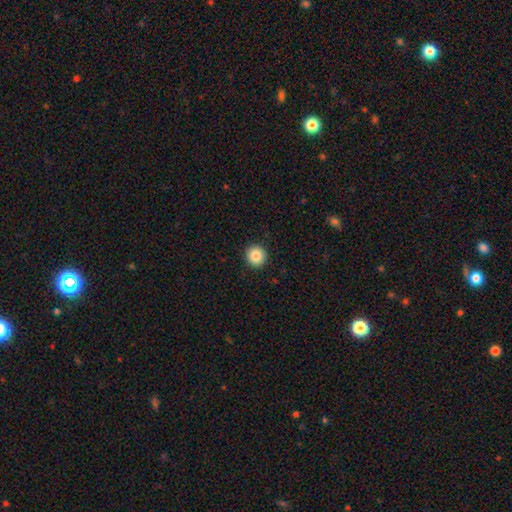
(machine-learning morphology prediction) Smooth or featured?
  - smooth: 86% *
  - star or artifact: 9%
  - featured or disk: 5%
How rounded?
  - round: 93% *
  - in between: 6%
  - cigar-shaped: 1%
Merging?
  - none: 92% *
  - minor disturbance: 5%
  - major disturbance: 2%
  - merger: 1%